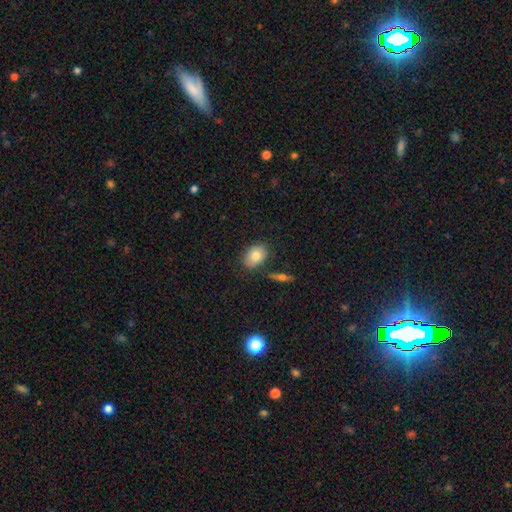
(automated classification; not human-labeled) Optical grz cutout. It shows a smooth galaxy with no disk features (80%) that is in between round and cigar-shaped (73%). Merging: none (78%).